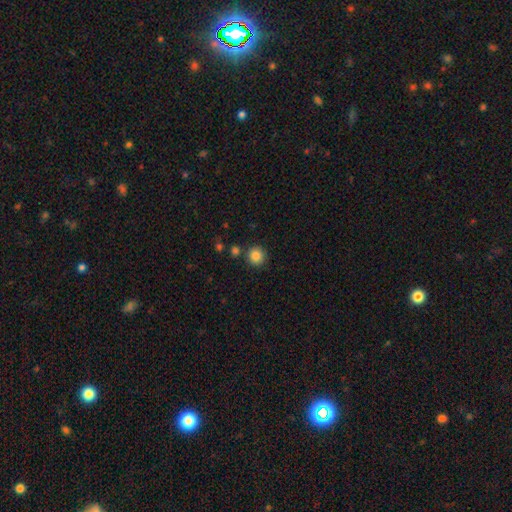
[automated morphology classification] smooth 86%, star or artifact 10%, featured or disk 4%. Down the decision tree: how rounded — round (94%); merging — none (86%).